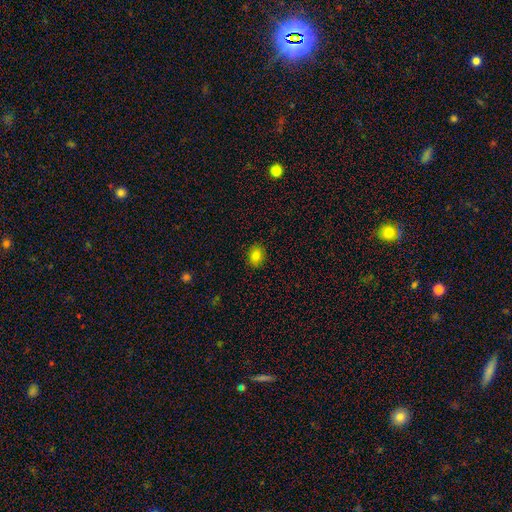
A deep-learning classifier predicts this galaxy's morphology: Overall: smooth (82%). How rounded: round (51%; in between 48%). Merging: none (89%).